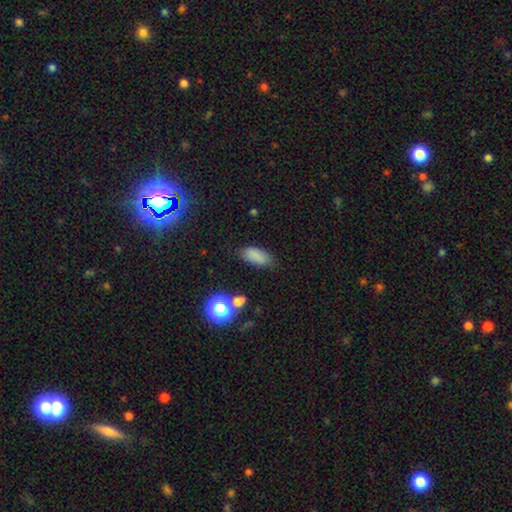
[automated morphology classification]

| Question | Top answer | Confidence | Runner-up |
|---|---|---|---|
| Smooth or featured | smooth | 82% | star or artifact (12%) |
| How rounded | in between | 85% | cigar-shaped (10%) |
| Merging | none | 75% | minor disturbance (17%) |